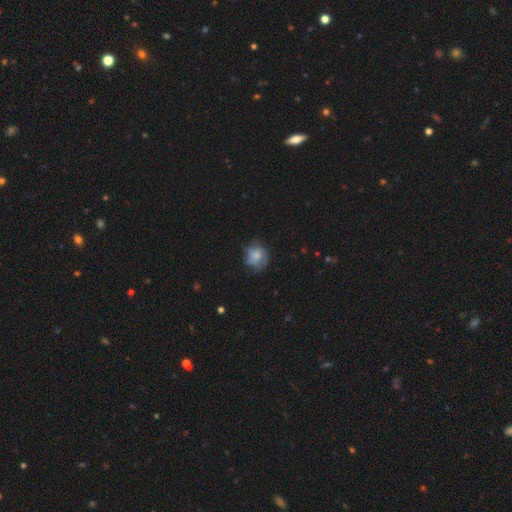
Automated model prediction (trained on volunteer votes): A smooth galaxy with no disk features (63%) that is round (76%).

Vote fractions:
- Smooth or featured? smooth: 63% / featured or disk: 27% / star or artifact: 10%
- How rounded? round: 76% / in between: 23% / cigar-shaped: 1%
- Merging? none: 57% / minor disturbance: 27% / major disturbance: 15% / merger: 2%